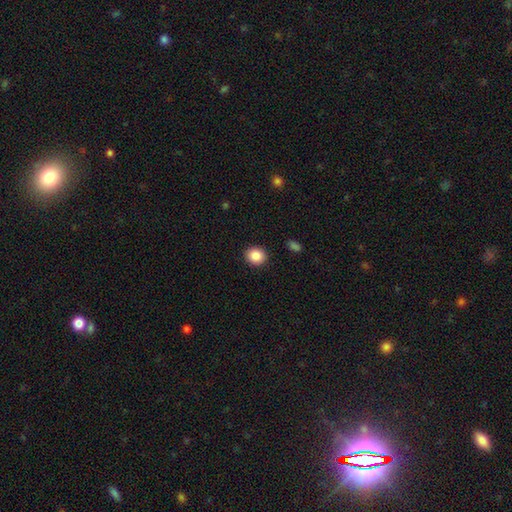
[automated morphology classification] A smooth galaxy with no disk features (87%) that is round (82%).

Vote fractions:
- Smooth or featured? smooth: 87% / star or artifact: 9% / featured or disk: 4%
- How rounded? round: 82% / in between: 17% / cigar-shaped: 1%
- Merging? none: 91% / minor disturbance: 6% / major disturbance: 2% / merger: 1%